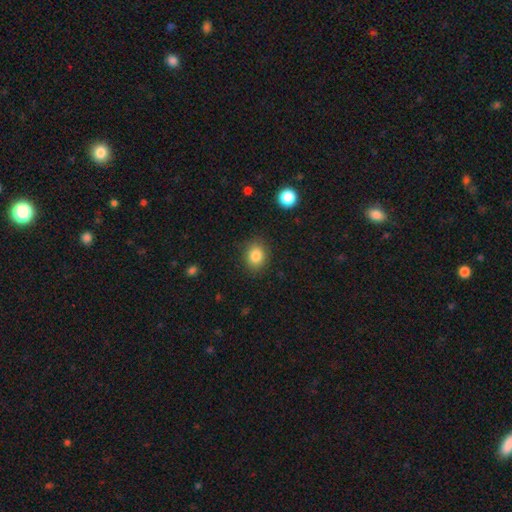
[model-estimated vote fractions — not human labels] This appears to be a smooth galaxy with no disk features (84%) that is round (58%). Merging: none (85%).